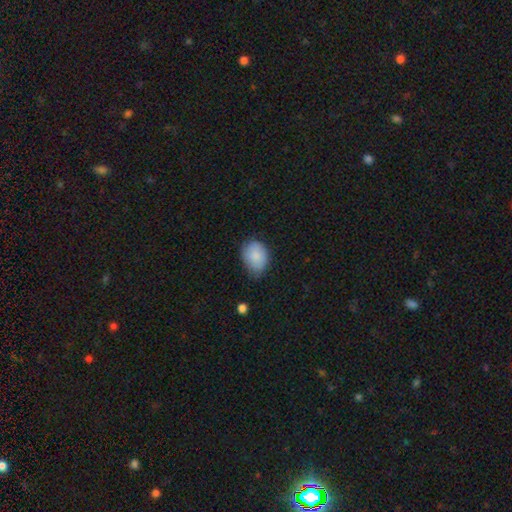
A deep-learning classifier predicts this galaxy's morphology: A smooth galaxy with no disk features (84%) that is in between round and cigar-shaped (67%).

Vote fractions:
- Smooth or featured? smooth: 84% / featured or disk: 9% / star or artifact: 7%
- How rounded? in between: 67% / round: 32% / cigar-shaped: 1%
- Merging? none: 61% / minor disturbance: 32% / major disturbance: 5% / merger: 2%